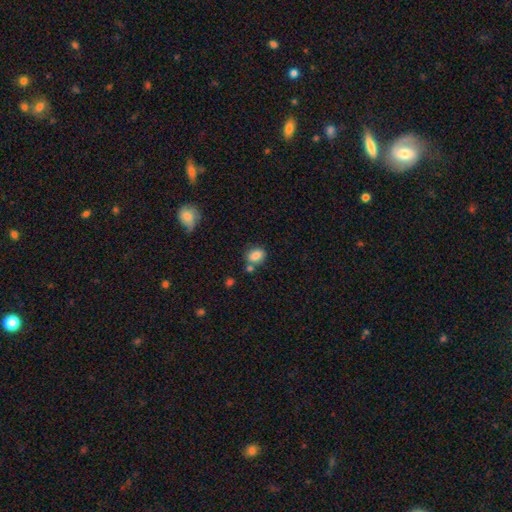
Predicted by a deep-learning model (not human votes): The model was most divided on "how rounded": in between: 69%, round: 30%, cigar-shaped: 2%. More confident: smooth or featured — smooth (83%); merging — none (64%).